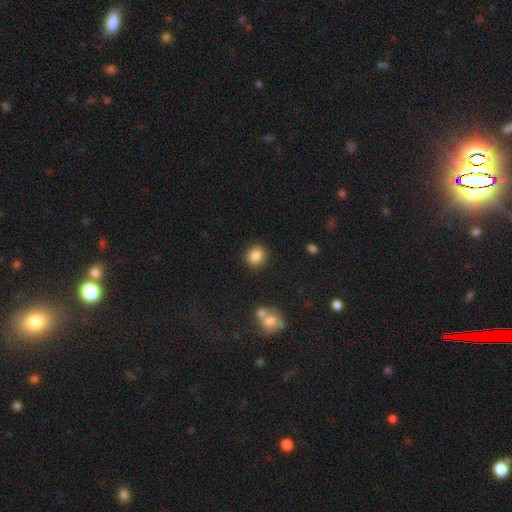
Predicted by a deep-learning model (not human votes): Smooth or featured? Predicted: smooth (p=0.85). How rounded? Predicted: round (p=0.78). Merging? Predicted: none (p=0.88).